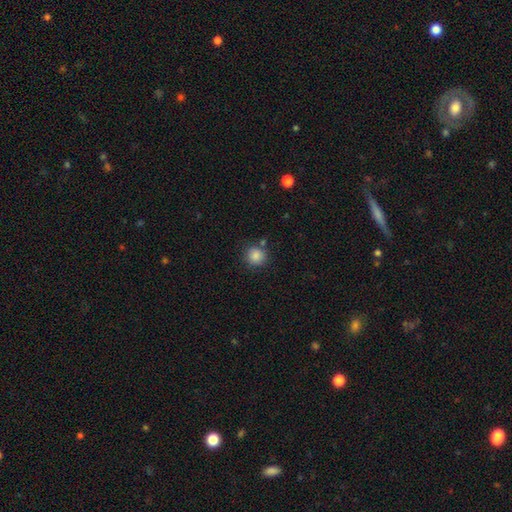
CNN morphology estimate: smooth-or-featured: smooth: 86% | star or artifact: 10% | featured or disk: 4%
  how-rounded: round: 89% | in between: 10% | cigar-shaped: 1%
  merging: none: 79% | minor disturbance: 11% | merger: 7% | major disturbance: 3%